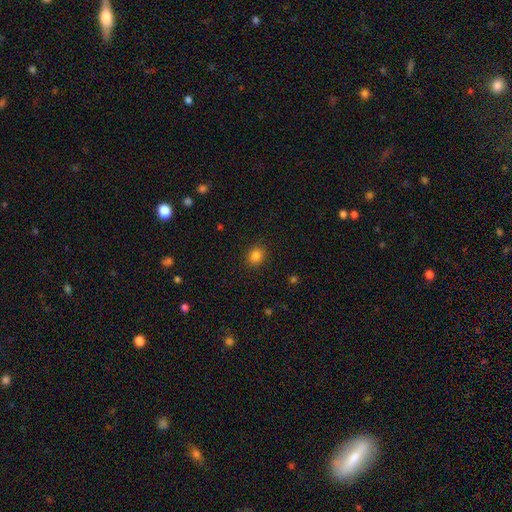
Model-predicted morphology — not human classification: This appears to be a smooth galaxy with no disk features (84%) that is round (64%). Merging: none (88%).